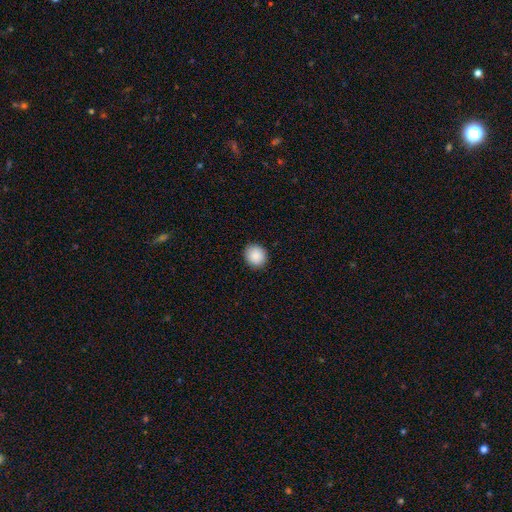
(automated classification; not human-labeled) A smooth galaxy with no disk features (89%) that is round (83%). Merging: none (91%).